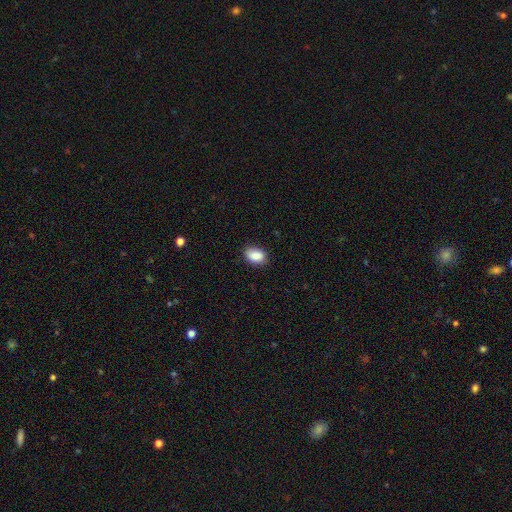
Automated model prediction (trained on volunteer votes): Overall: smooth (88%). How rounded: in between (84%). Merging: none (83%).